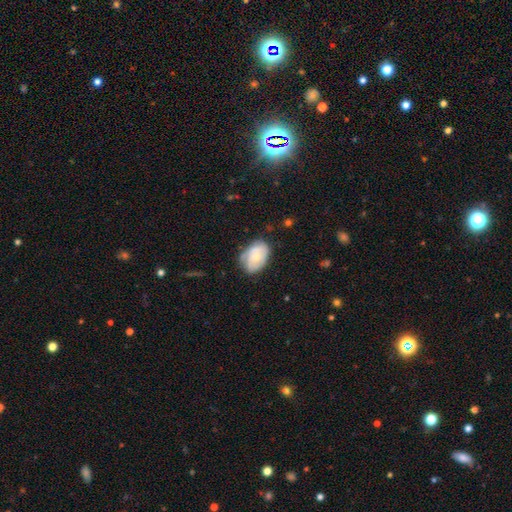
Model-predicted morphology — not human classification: A featured or disk galaxy (50%). Merging: none (61%).